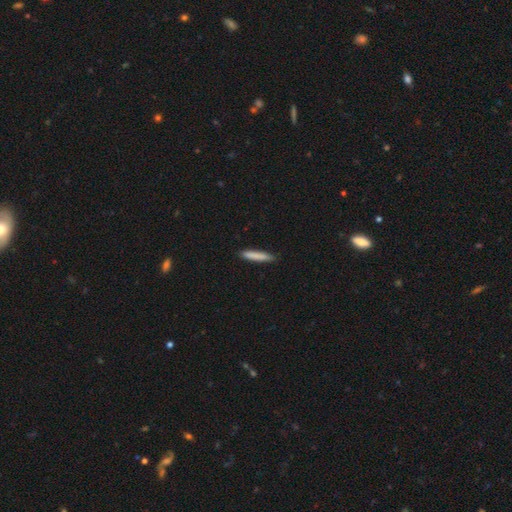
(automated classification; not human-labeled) Smooth or featured: smooth — 84% (featured or disk — 10%)
How rounded: cigar-shaped — 92% (in between — 7%)
Merging: none — 89% (minor disturbance — 9%)